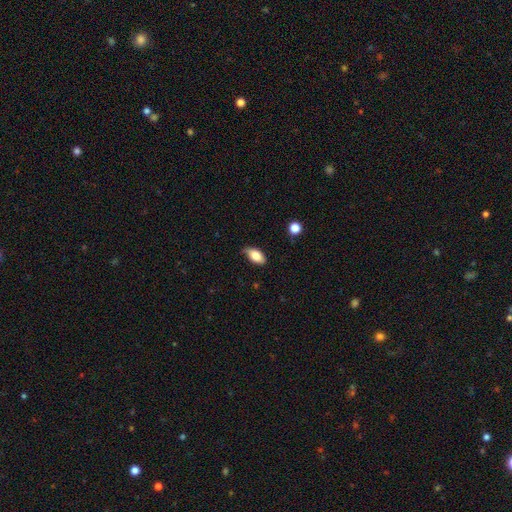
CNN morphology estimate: type=smooth (81%); roundness=in between (91%); merging=none (71%).